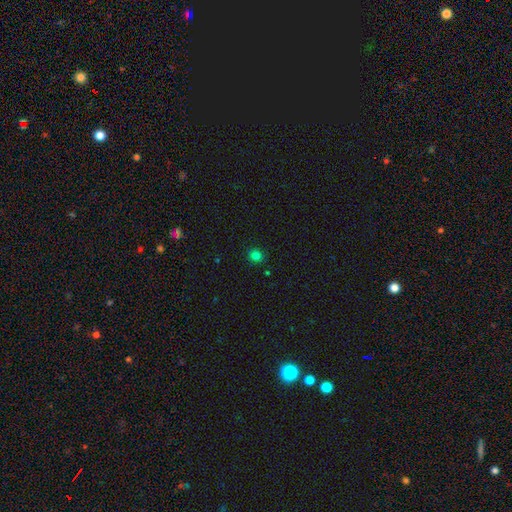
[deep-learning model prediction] Smooth or featured: smooth — 79% (star or artifact — 17%)
How rounded: round — 88% (in between — 11%)
Merging: none — 90% (minor disturbance — 6%)